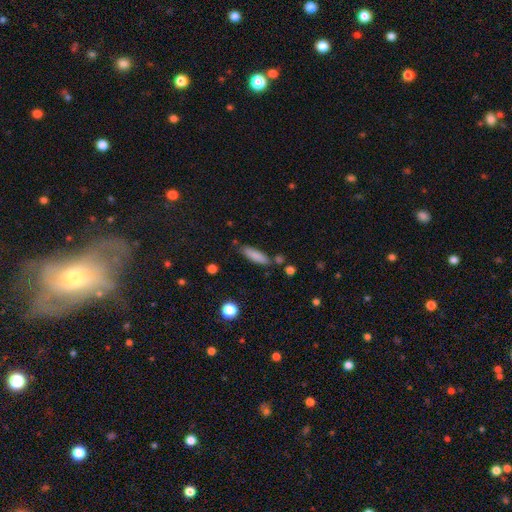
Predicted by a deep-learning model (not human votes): Overall: smooth (83%). How rounded: cigar-shaped (66%; in between 32%). Merging: none (81%).